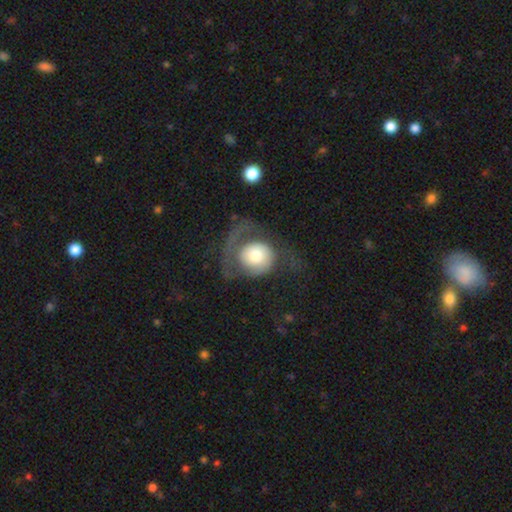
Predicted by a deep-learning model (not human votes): Morphology: type=smooth (47%); merging=major disturbance (47%).